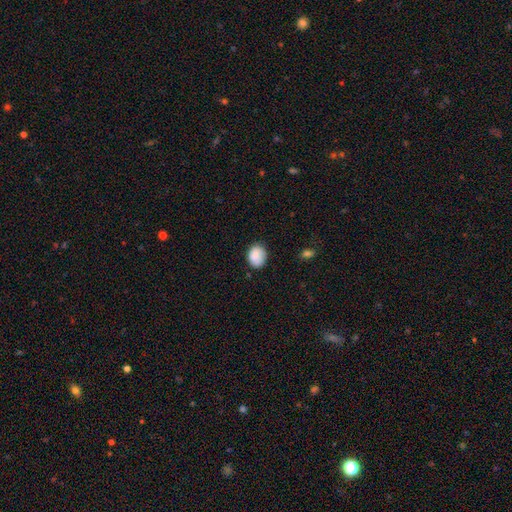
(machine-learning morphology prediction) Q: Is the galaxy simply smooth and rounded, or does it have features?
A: smooth — 87%.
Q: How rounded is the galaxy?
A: in between — 62%.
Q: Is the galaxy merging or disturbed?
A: none — 74%.